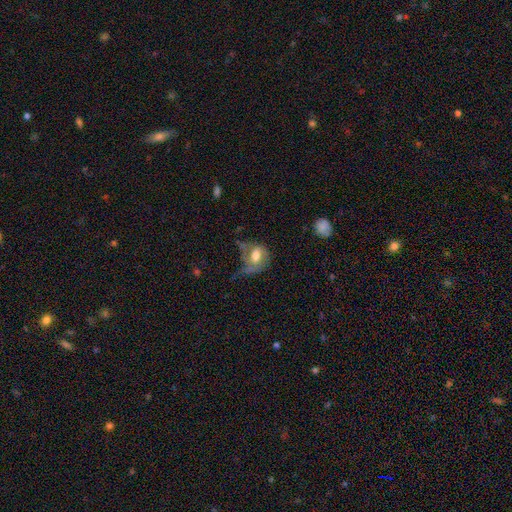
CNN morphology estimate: smooth-or-featured: smooth: 52% | featured or disk: 40% | star or artifact: 8%
  how-rounded: in between: 52% | round: 47% | cigar-shaped: 2%
  merging: major disturbance: 42% | none: 27% | minor disturbance: 24% | merger: 7%